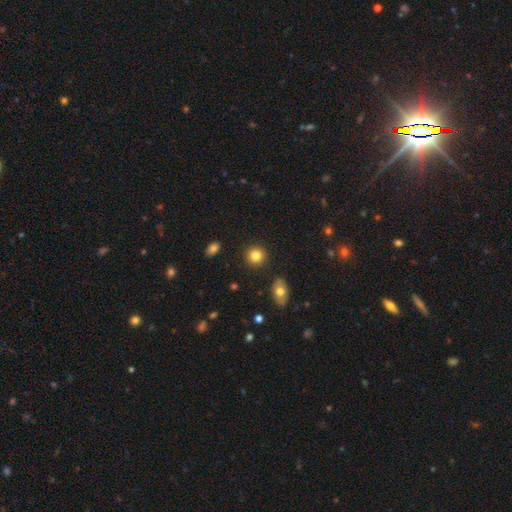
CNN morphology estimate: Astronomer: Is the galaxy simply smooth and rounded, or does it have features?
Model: smooth — 83%.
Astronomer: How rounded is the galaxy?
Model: round — 90%.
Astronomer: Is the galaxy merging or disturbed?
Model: none — 91%.